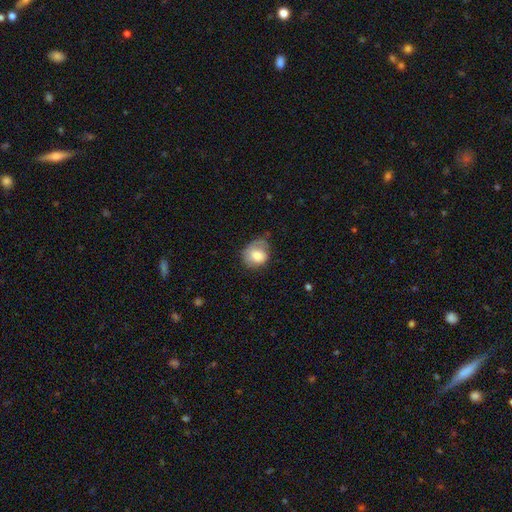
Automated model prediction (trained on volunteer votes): smooth-or-featured: smooth: 77% | featured or disk: 15% | star or artifact: 8%
  how-rounded: round: 59% | in between: 41% | cigar-shaped: 1%
  merging: none: 40% | minor disturbance: 37% | major disturbance: 21% | merger: 3%